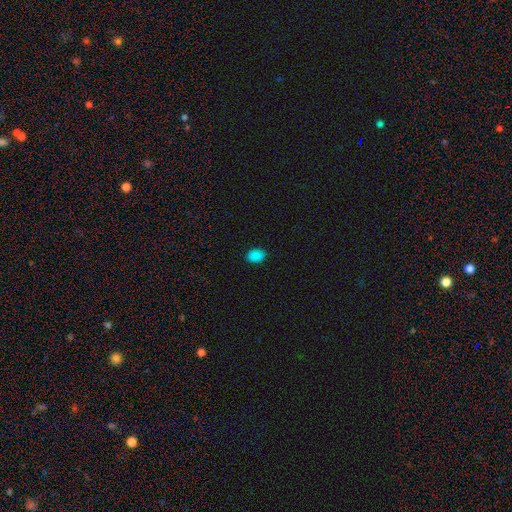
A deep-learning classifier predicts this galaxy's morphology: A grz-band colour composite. It shows a smooth galaxy with no disk features (86%) that is in between round and cigar-shaped (78%). Merging: none (88%).